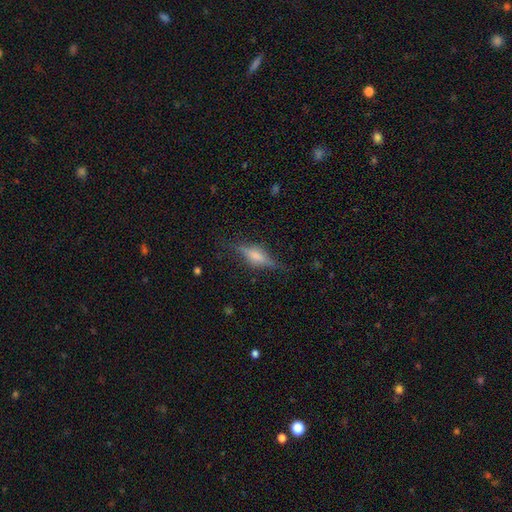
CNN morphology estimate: Q: Smooth or featured?
A: featured or disk (56%); runner-up: smooth (34%)
Q: Edge-on disk?
A: yes (93%); runner-up: no (7%)
Q: Edge-on bulge?
A: rounded (71%); runner-up: boxy (23%)
Q: Merging?
A: none (75%); runner-up: minor disturbance (17%)